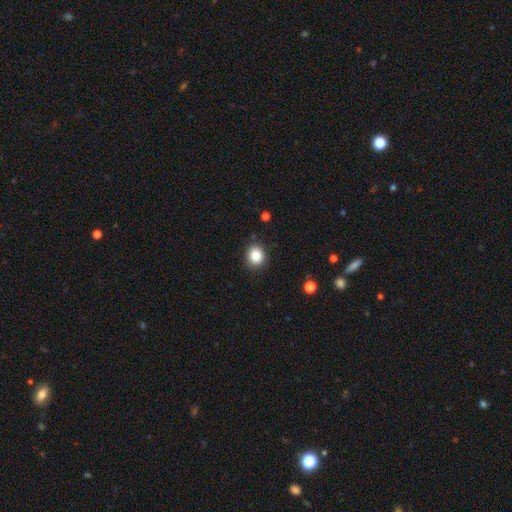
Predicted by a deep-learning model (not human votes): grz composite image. It shows a smooth galaxy with no disk features (84%) that is round (78%). Merging: none (88%).